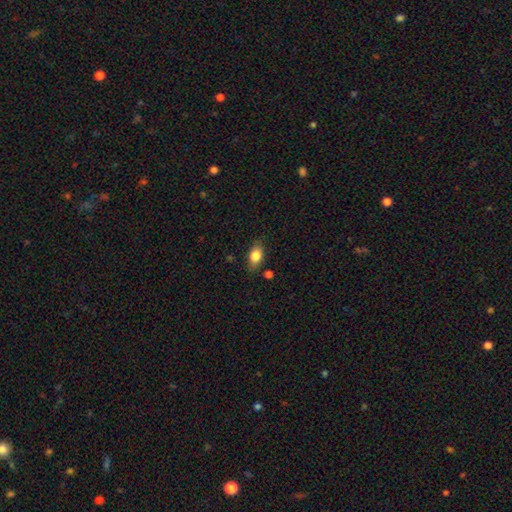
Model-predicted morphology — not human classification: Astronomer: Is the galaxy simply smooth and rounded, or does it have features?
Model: smooth — 80%.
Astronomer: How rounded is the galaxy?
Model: in between — 83%.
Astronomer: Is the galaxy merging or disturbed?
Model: none — 80%.